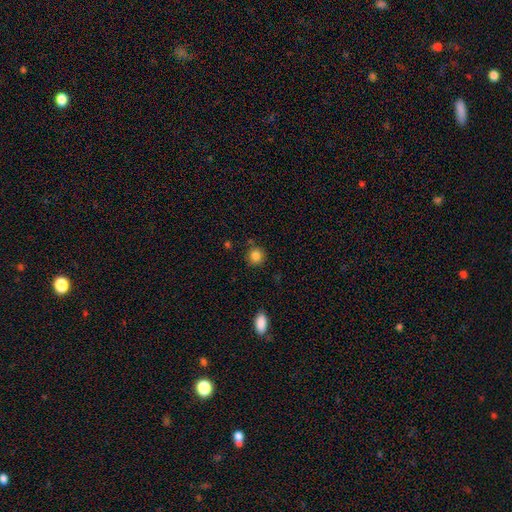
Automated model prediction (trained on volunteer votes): A smooth galaxy with no disk features (85%) that is round (90%).

Vote fractions:
- Smooth or featured? smooth: 85% / star or artifact: 10% / featured or disk: 5%
- How rounded? round: 90% / in between: 9% / cigar-shaped: 1%
- Merging? none: 85% / minor disturbance: 9% / merger: 3% / major disturbance: 3%